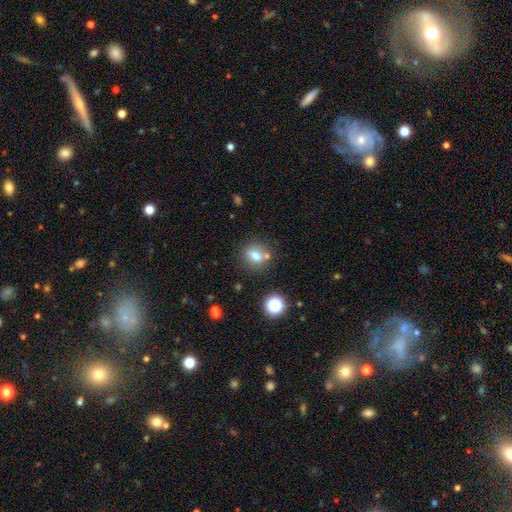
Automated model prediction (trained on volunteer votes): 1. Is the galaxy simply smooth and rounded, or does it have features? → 73% smooth, 14% featured or disk, 13% star or artifact.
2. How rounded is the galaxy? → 58% round, 39% in between, 2% cigar-shaped.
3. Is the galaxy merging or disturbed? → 70% none, 14% merger, 12% minor disturbance, 4% major disturbance.